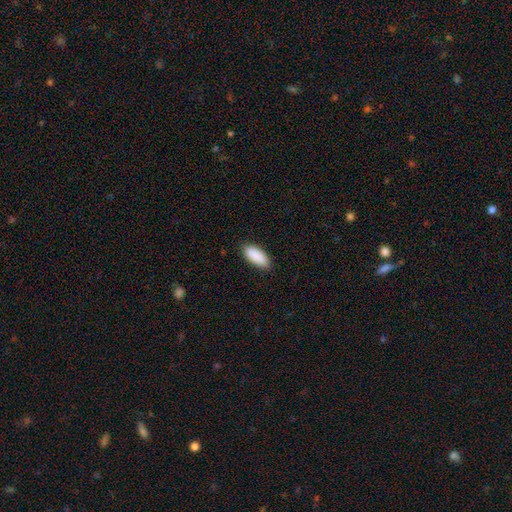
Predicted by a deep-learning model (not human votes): Overall: smooth (90%). How rounded: in between (88%). Merging: none (84%).